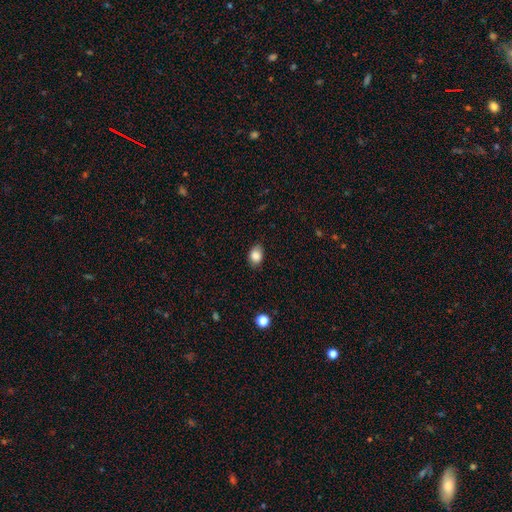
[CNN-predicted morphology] A smooth galaxy with no disk features (86%) that is in between round and cigar-shaped (74%). Merging: none (82%).